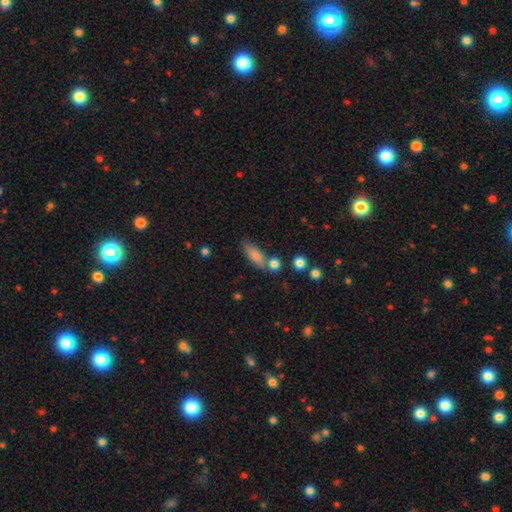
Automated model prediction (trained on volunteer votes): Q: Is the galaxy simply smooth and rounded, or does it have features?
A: smooth — 81%.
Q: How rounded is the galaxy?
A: in between — 73%.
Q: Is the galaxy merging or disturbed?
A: none — 64%.